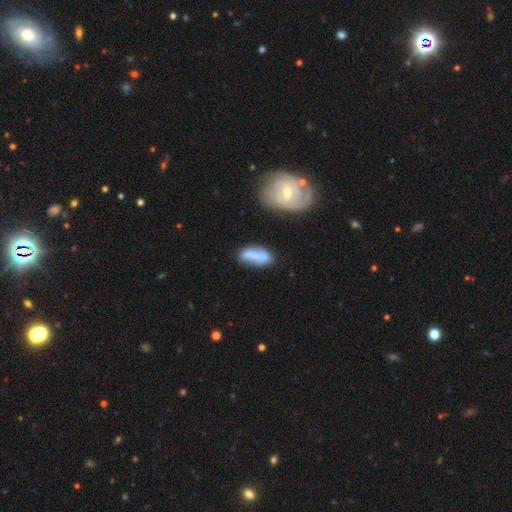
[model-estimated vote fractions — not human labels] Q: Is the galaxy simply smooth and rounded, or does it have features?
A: smooth — 59%.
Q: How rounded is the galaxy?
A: in between — 71%.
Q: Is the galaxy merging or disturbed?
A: none — 48%.